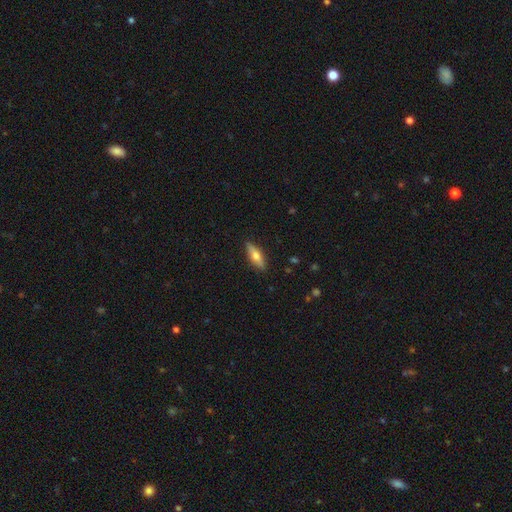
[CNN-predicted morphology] Smooth or featured?
  - smooth: 54% *
  - featured or disk: 40%
  - star or artifact: 6%
How rounded?
  - cigar-shaped: 52% *
  - in between: 45%
  - round: 3%
Merging?
  - none: 88% *
  - minor disturbance: 9%
  - major disturbance: 2%
  - merger: 1%